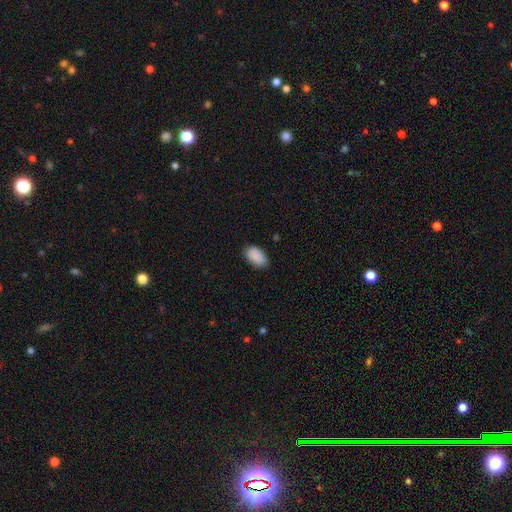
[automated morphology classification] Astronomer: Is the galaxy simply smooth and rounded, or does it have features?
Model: smooth — 90%.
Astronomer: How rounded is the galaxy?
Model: in between — 94%.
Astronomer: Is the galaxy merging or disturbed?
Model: none — 82%.